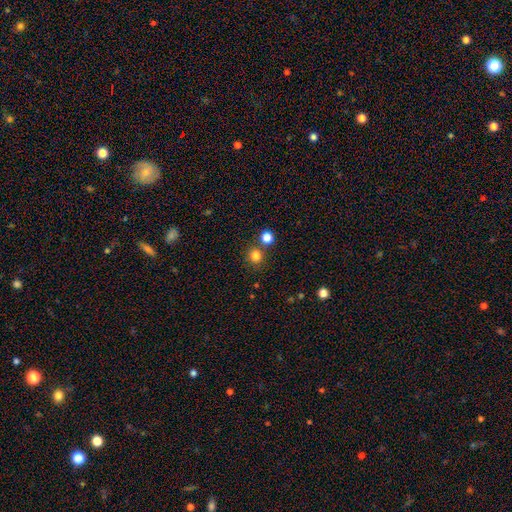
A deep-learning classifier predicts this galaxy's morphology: Overall: smooth (81%). How rounded: round (92%). Merging: none (77%).